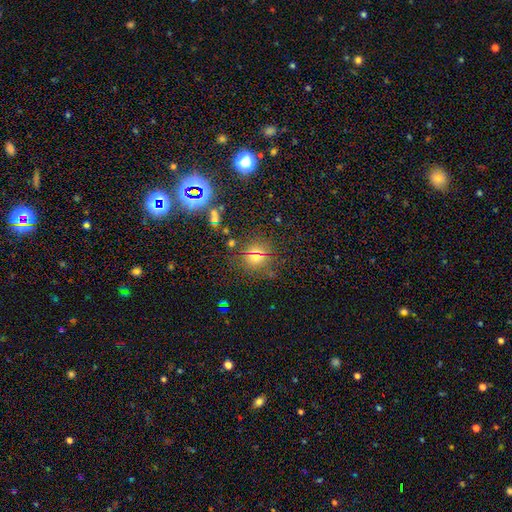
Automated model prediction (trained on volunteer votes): A smooth galaxy with no disk features (53%) that is round (83%).

Vote fractions:
- Smooth or featured? smooth: 53% / star or artifact: 37% / featured or disk: 10%
- How rounded? round: 83% / in between: 15% / cigar-shaped: 2%
- Merging? none: 78% / minor disturbance: 11% / major disturbance: 6% / merger: 6%